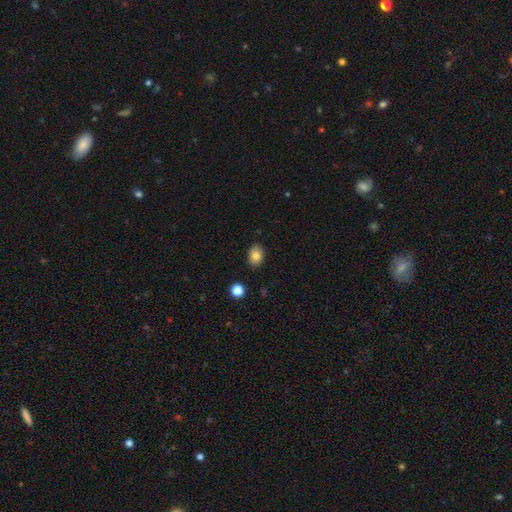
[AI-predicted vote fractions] Smooth or featured: smooth — 80% (featured or disk — 11%)
How rounded: in between — 78% (round — 21%)
Merging: none — 88% (minor disturbance — 9%)